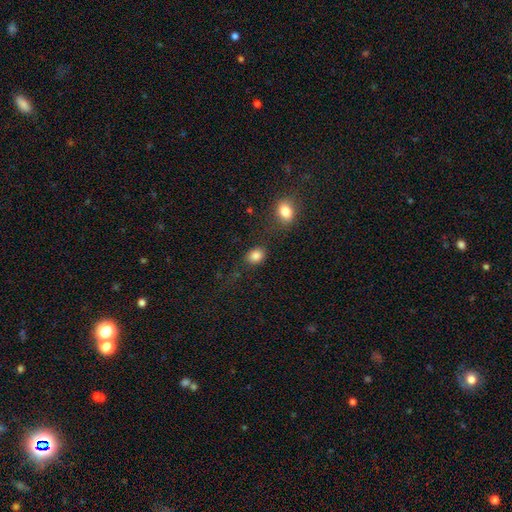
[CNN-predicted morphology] Smooth or featured: smooth — 84% (star or artifact — 10%)
How rounded: in between — 56% (round — 43%)
Merging: none — 75% (minor disturbance — 12%)